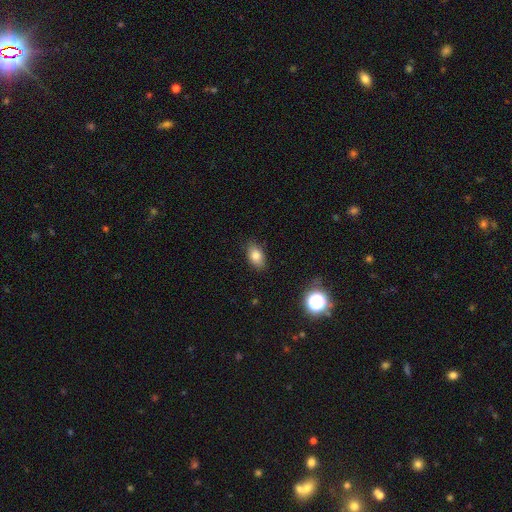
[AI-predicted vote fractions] smooth_or_featured: smooth (p=0.81) [alt: star or artifact p=0.10]
how_rounded: in between (p=0.87) [alt: round p=0.11]
merging: none (p=0.85) [alt: minor disturbance p=0.11]